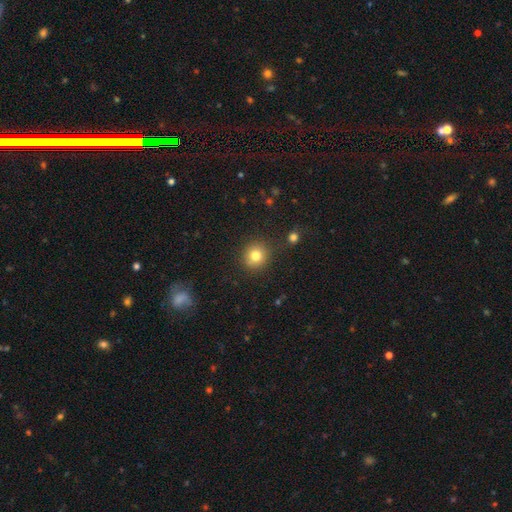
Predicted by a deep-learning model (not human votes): This appears to be a smooth galaxy with no disk features (80%) that is round (89%). Merging: none (86%).